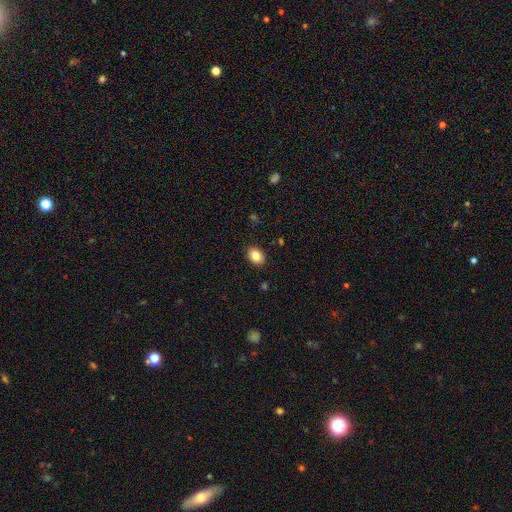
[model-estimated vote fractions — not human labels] This is clearly a smooth galaxy (84%). How rounded: likely in between (71%). Merging: clearly none (89%).